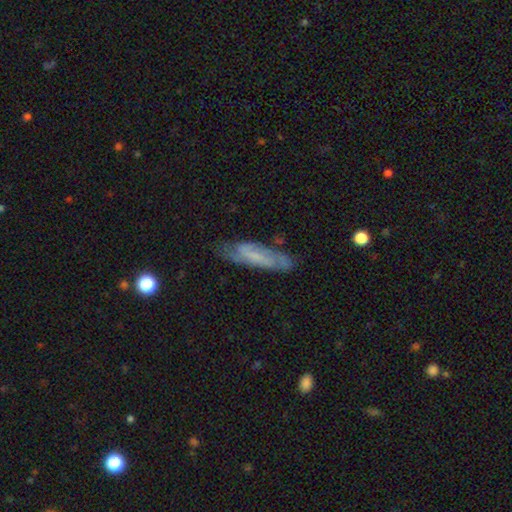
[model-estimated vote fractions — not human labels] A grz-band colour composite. It shows a featured or disk galaxy (57%). Merging: none (66%).